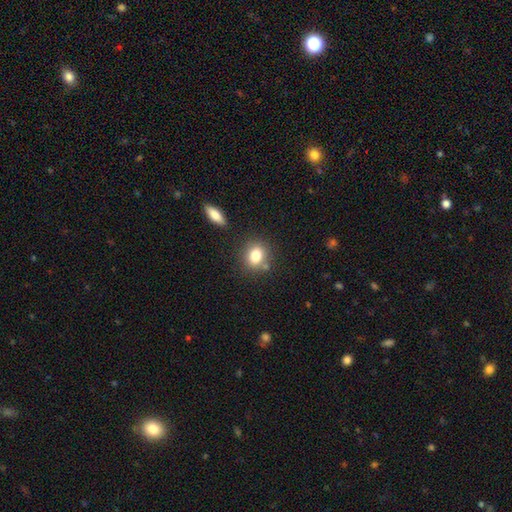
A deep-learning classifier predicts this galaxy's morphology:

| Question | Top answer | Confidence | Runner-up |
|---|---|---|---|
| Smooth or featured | smooth | 80% | star or artifact (10%) |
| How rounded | round | 58% | in between (40%) |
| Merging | none | 73% | minor disturbance (12%) |